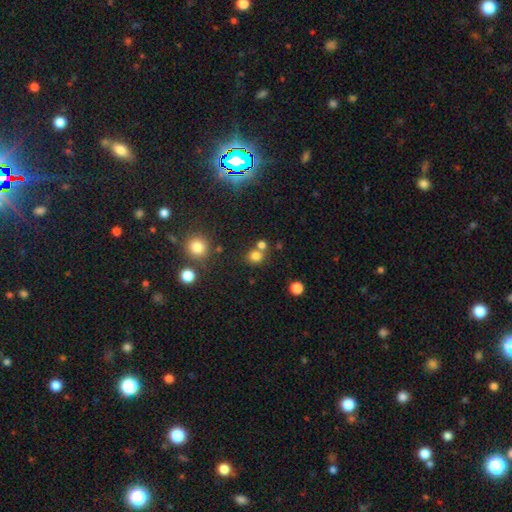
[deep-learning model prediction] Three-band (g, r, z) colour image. It shows a smooth galaxy with no disk features (76%) that is round (80%). Merging: none (61%).